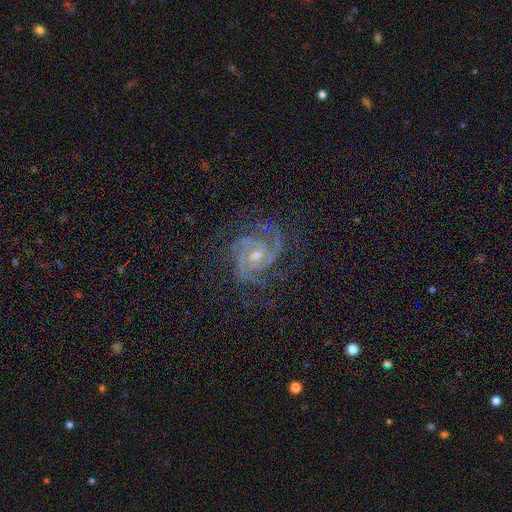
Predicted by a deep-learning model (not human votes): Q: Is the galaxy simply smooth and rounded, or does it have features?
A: featured or disk — 92%.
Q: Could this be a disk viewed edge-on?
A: no — 98%.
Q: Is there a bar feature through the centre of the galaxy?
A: no — 51%.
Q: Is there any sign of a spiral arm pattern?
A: yes — 99%.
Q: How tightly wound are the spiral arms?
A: tight — 56%.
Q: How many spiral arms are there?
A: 3 — 37%.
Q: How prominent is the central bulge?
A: small — 54%.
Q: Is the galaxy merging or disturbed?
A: none — 71%.